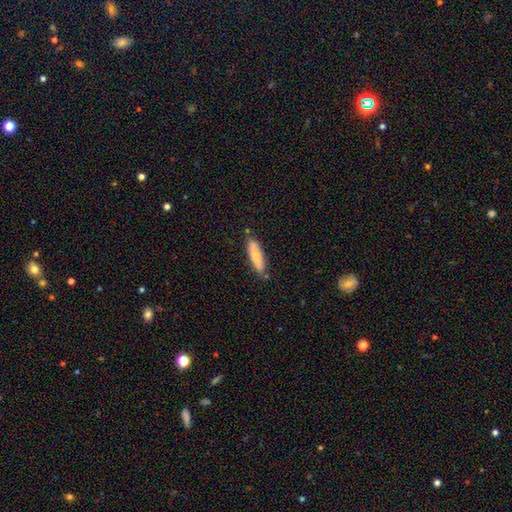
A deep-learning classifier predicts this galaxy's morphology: Smooth or featured? Predicted: smooth (p=0.74). How rounded? Predicted: cigar-shaped (p=0.77). Merging? Predicted: none (p=0.81).